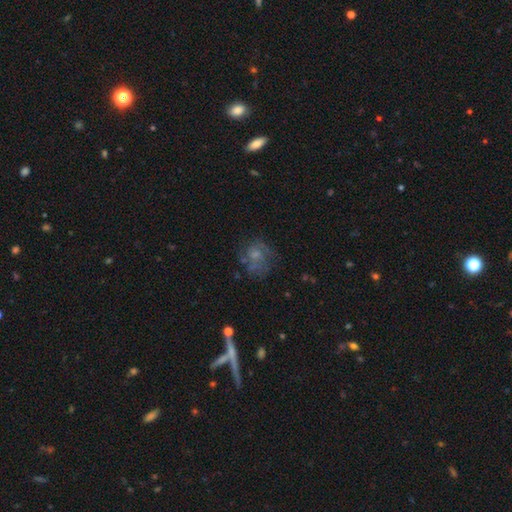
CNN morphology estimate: Q: Smooth or featured?
A: featured or disk (49%); runner-up: smooth (36%)
Q: Merging?
A: none (54%); runner-up: major disturbance (21%)